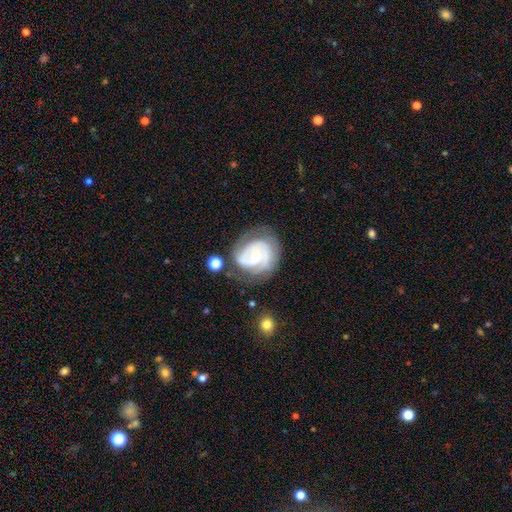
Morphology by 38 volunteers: Volunteers were most divided on "merging": none: 46%, minor disturbance: 35%, major disturbance: 19%, merger: 0%. Remaining: edge-on disk — no (100%); smooth or featured — featured or disk (92%); spiral arms — yes (91%); bar — no (71%); spiral winding — tight (66%); bulge size — moderate (57%); spiral arm count — 1 (44%).